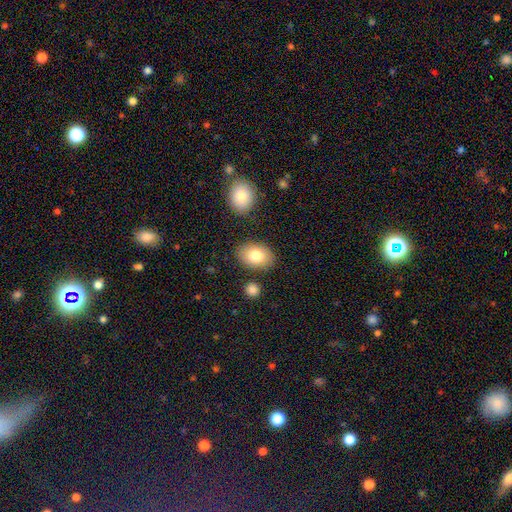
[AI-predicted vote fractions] smooth_or_featured: smooth (p=0.80) [alt: featured or disk p=0.12]
how_rounded: in between (p=0.82) [alt: round p=0.17]
merging: none (p=0.83) [alt: minor disturbance p=0.10]